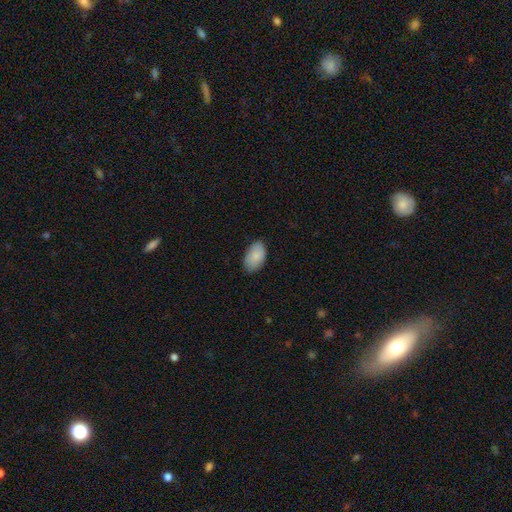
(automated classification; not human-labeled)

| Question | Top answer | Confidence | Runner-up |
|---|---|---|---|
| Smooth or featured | smooth | 86% | featured or disk (8%) |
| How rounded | in between | 93% | round (5%) |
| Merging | none | 79% | minor disturbance (18%) |